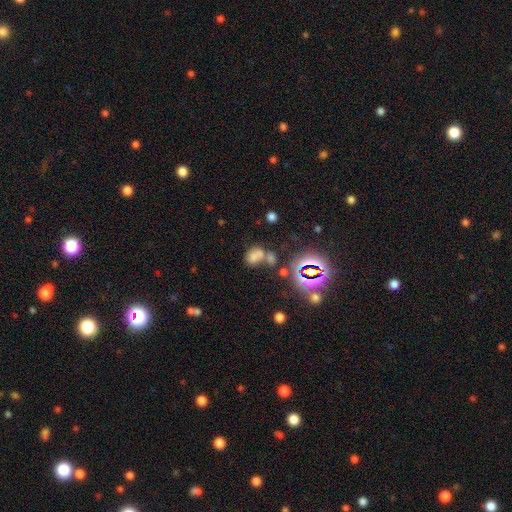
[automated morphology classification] smooth-or-featured: smooth: 58% | star or artifact: 27% | featured or disk: 15%
  how-rounded: in between: 68% | round: 31% | cigar-shaped: 2%
  merging: merger: 50% | none: 30% | minor disturbance: 12% | major disturbance: 9%